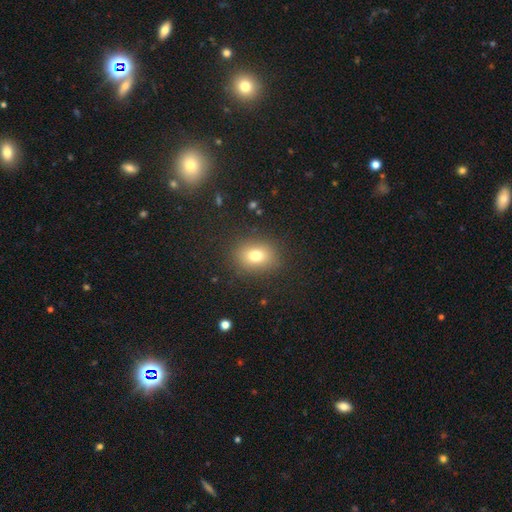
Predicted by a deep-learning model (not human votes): A smooth galaxy with no disk features (76%) that is in between round and cigar-shaped (52%).

Vote fractions:
- Smooth or featured? smooth: 76% / star or artifact: 14% / featured or disk: 11%
- How rounded? in between: 52% / round: 47% / cigar-shaped: 1%
- Merging? none: 86% / minor disturbance: 9% / major disturbance: 4% / merger: 1%